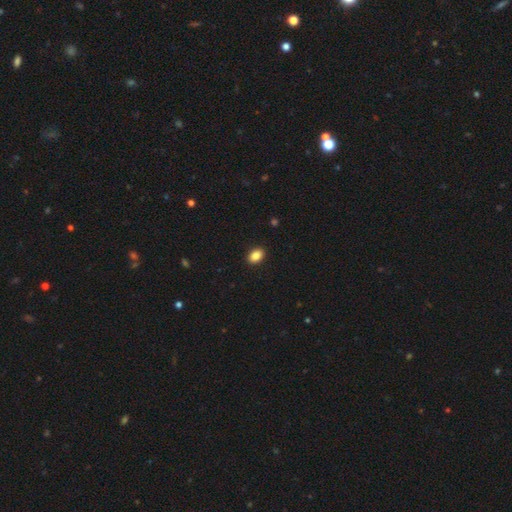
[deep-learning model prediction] Overall: smooth (88%). How rounded: in between (82%). Merging: none (91%).